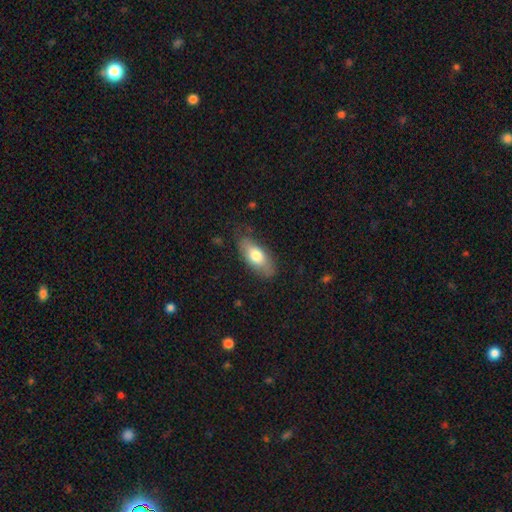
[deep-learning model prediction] A smooth galaxy with no disk features (72%) that is in between round and cigar-shaped (83%). Merging: none (76%).